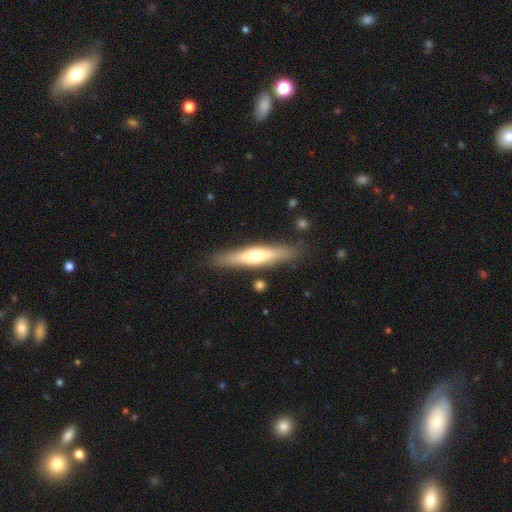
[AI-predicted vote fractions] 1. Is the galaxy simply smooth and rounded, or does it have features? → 49% featured or disk, 45% smooth, 6% star or artifact.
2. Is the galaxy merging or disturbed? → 85% none, 10% minor disturbance, 2% merger, 2% major disturbance.